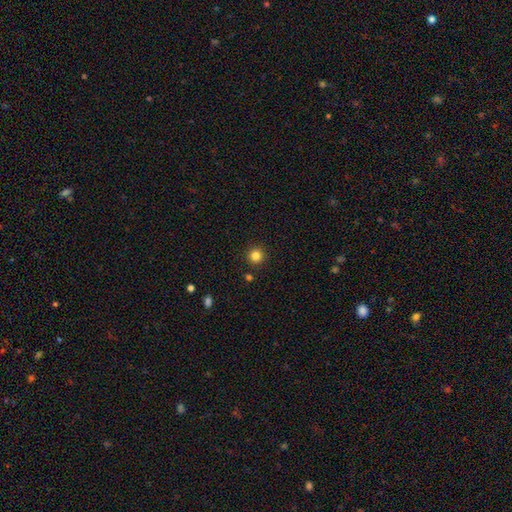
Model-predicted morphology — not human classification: This is clearly a smooth galaxy (83%). How rounded: clearly round (96%). Merging: clearly none (91%).